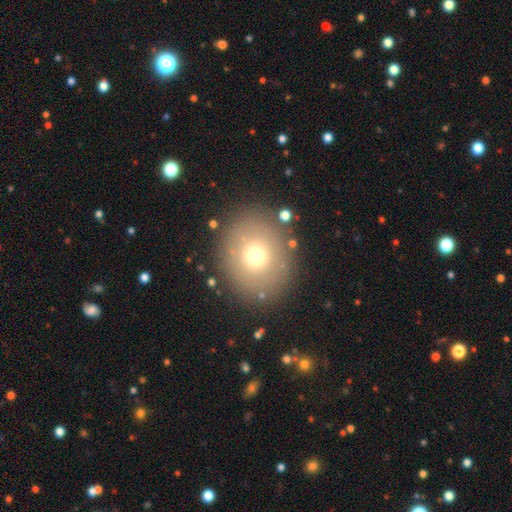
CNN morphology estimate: This appears to be a smooth galaxy with no disk features (69%) that is round (74%). Merging: none (85%).